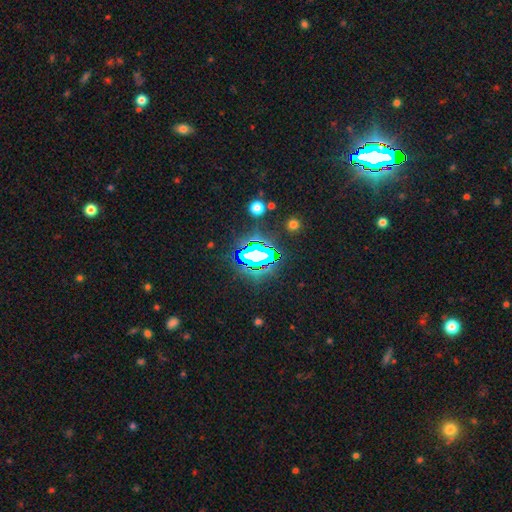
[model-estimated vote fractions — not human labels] Q: Smooth or featured?
A: star or artifact (70%); runner-up: smooth (16%)